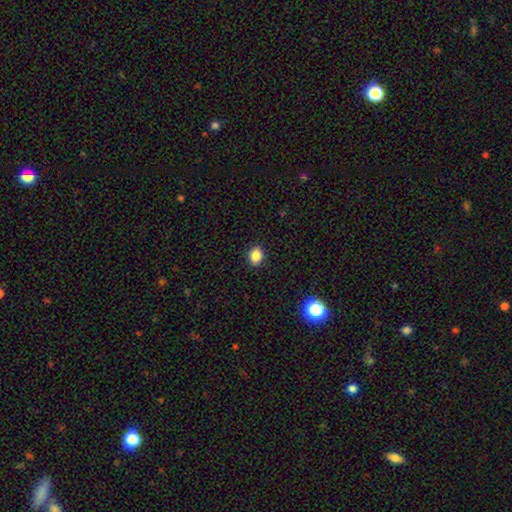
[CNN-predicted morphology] This appears to be a smooth galaxy with no disk features (85%) that is round (57%). Merging: none (90%).